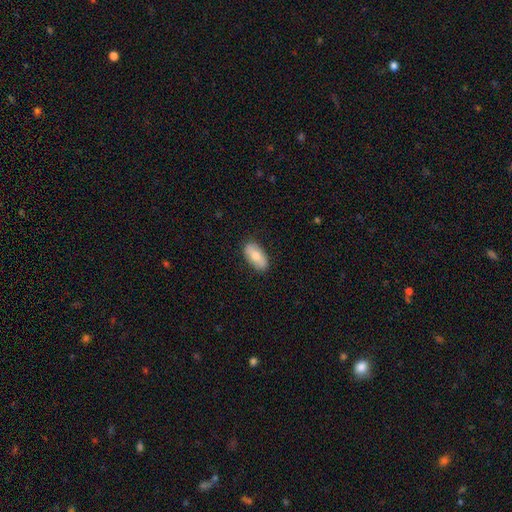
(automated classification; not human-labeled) smooth_or_featured: smooth (p=0.74) [alt: featured or disk p=0.19]
how_rounded: in between (p=0.92) [alt: cigar-shaped p=0.05]
merging: none (p=0.85) [alt: minor disturbance p=0.12]